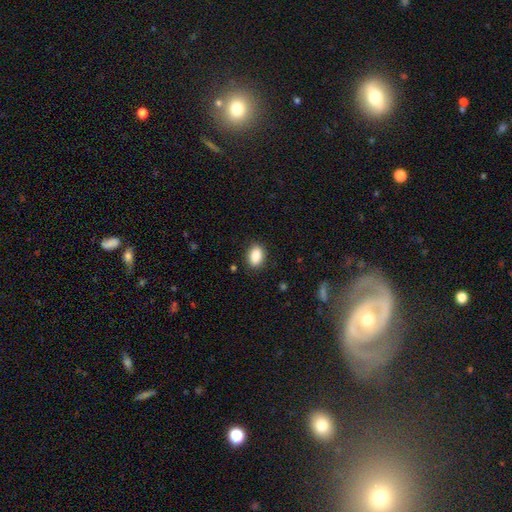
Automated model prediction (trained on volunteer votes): Overall: smooth (88%). How rounded: in between (82%). Merging: none (87%).